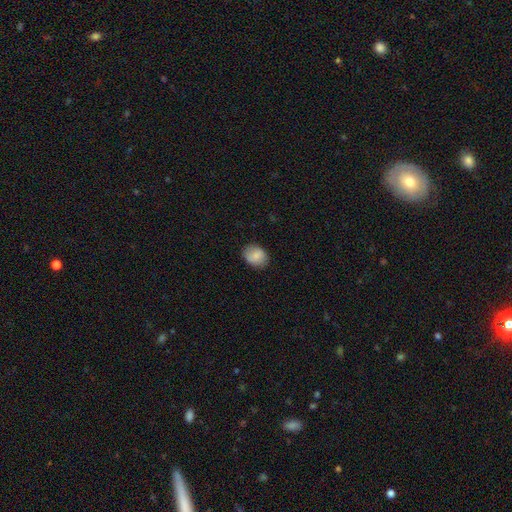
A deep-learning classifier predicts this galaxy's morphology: type=smooth (81%); roundness=in between (56%); merging=none (84%).